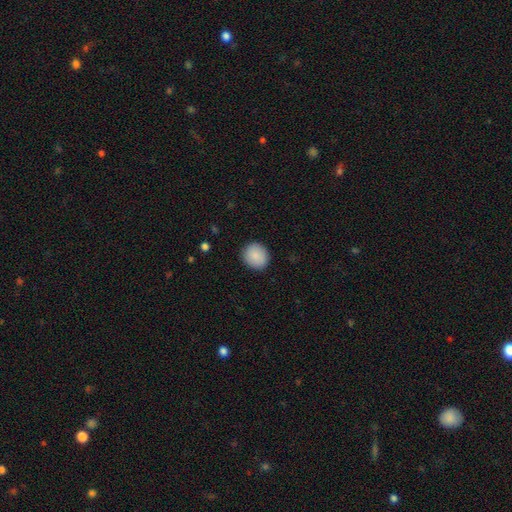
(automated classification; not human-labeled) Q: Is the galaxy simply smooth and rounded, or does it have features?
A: smooth — 89%.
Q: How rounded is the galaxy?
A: round — 77%.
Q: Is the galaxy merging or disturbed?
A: none — 90%.